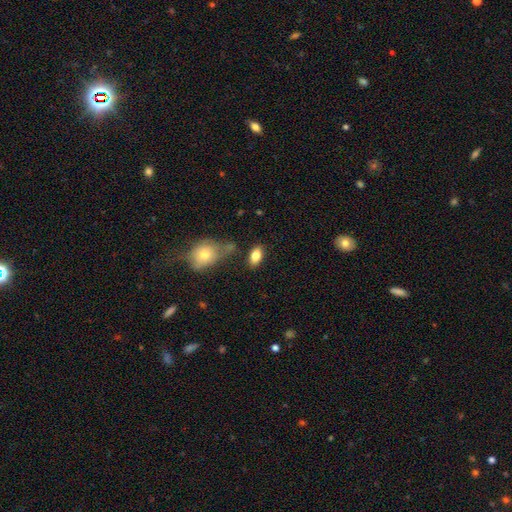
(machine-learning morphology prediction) Smooth or featured? smooth (80%)
How rounded? in between (90%)
Merging? none (74%)